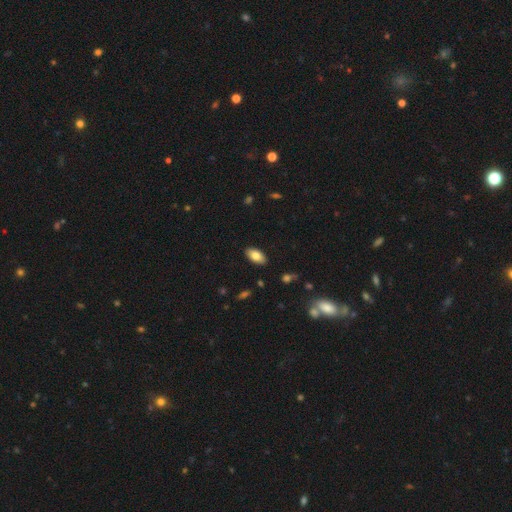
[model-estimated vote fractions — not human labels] smooth_or_featured: smooth (p=0.81) [alt: featured or disk p=0.11]
how_rounded: in between (p=0.93) [alt: cigar-shaped p=0.04]
merging: none (p=0.88) [alt: minor disturbance p=0.09]